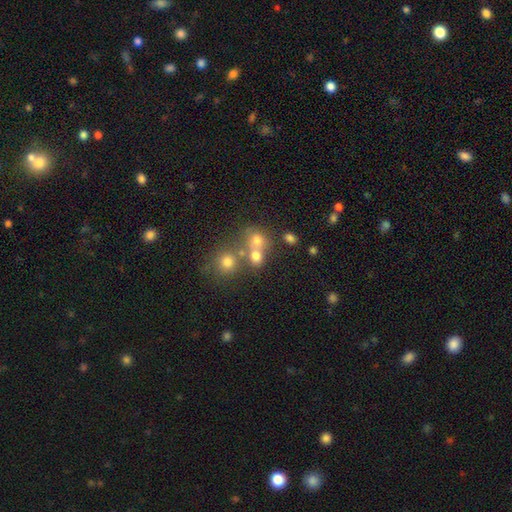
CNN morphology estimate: Smooth or featured: smooth — 70% (star or artifact — 17%)
How rounded: round — 68% (in between — 30%)
Merging: none — 43% (merger — 42%)